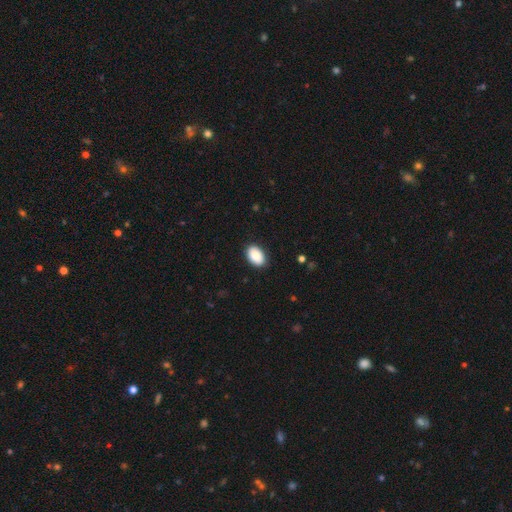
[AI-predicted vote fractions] A smooth galaxy with no disk features (89%) that is in between round and cigar-shaped (91%).

Vote fractions:
- Smooth or featured? smooth: 89% / star or artifact: 6% / featured or disk: 5%
- How rounded? in between: 91% / round: 8% / cigar-shaped: 1%
- Merging? none: 87% / minor disturbance: 10% / major disturbance: 2% / merger: 1%